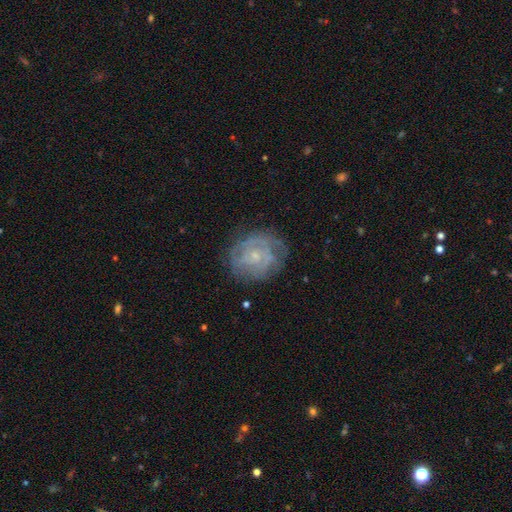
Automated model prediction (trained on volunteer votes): A featured or disk galaxy (72%) with no bar (73%), tight (63%) spiral arms (75%) and a small central bulge (73%). Merging: none (71%).